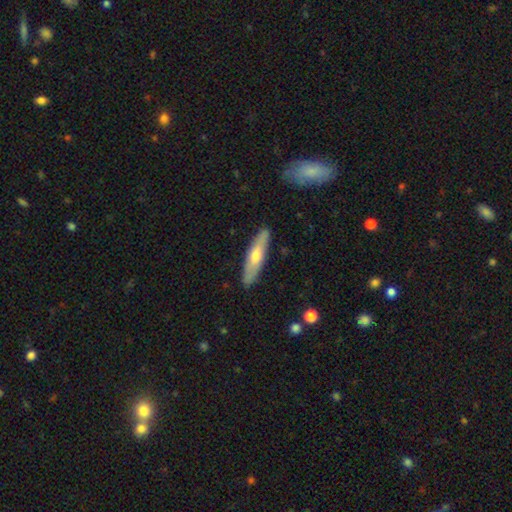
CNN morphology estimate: Smooth or featured?
  - smooth: 52% *
  - featured or disk: 42%
  - star or artifact: 5%
How rounded?
  - cigar-shaped: 78% *
  - in between: 21%
  - round: 2%
Merging?
  - none: 89% *
  - minor disturbance: 8%
  - major disturbance: 2%
  - merger: 1%